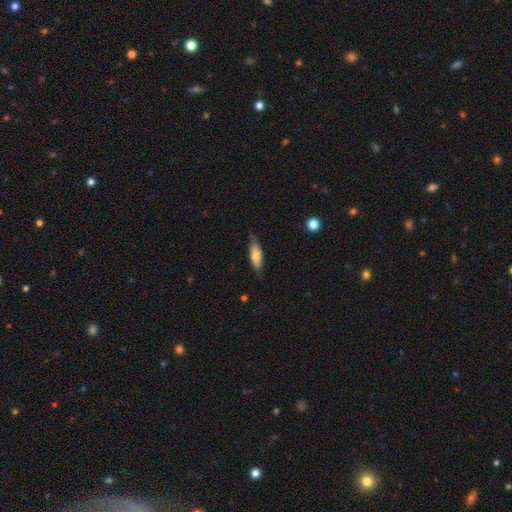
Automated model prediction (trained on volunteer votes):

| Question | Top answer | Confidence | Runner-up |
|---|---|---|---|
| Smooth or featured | smooth | 67% | featured or disk (27%) |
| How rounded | in between | 54% | cigar-shaped (44%) |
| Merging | none | 72% | minor disturbance (23%) |